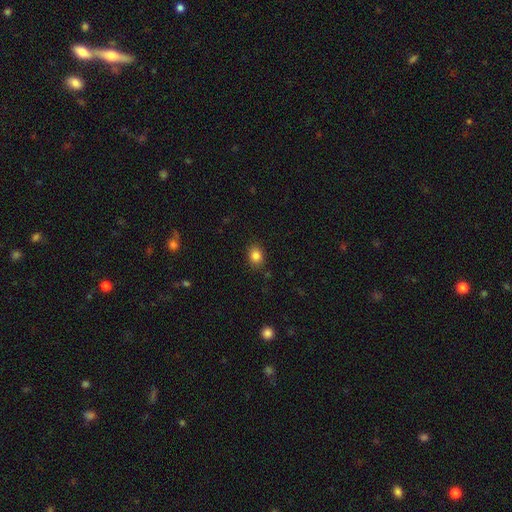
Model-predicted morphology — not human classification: A smooth galaxy with no disk features (85%) that is round (50%). Merging: none (87%).